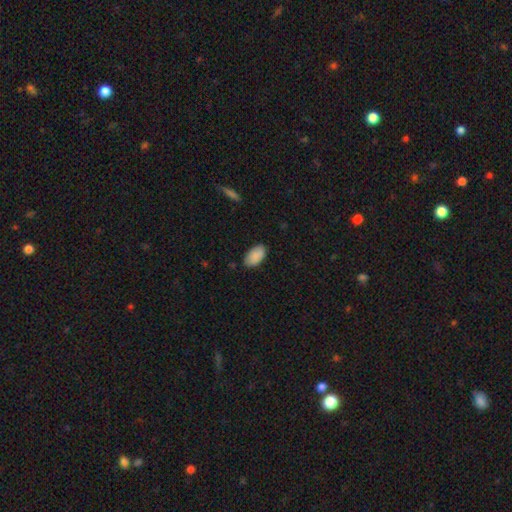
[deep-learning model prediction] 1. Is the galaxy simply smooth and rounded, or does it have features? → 89% smooth, 7% star or artifact, 5% featured or disk.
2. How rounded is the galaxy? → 95% in between, 3% round, 2% cigar-shaped.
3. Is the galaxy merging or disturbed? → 82% none, 15% minor disturbance, 2% major disturbance, 1% merger.